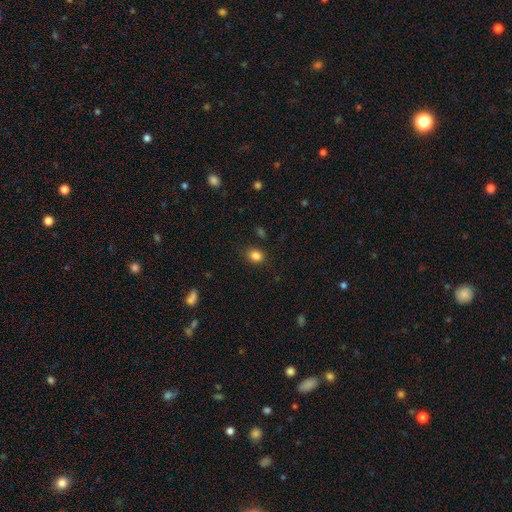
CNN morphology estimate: type=smooth (84%); roundness=round (54%); merging=none (83%).